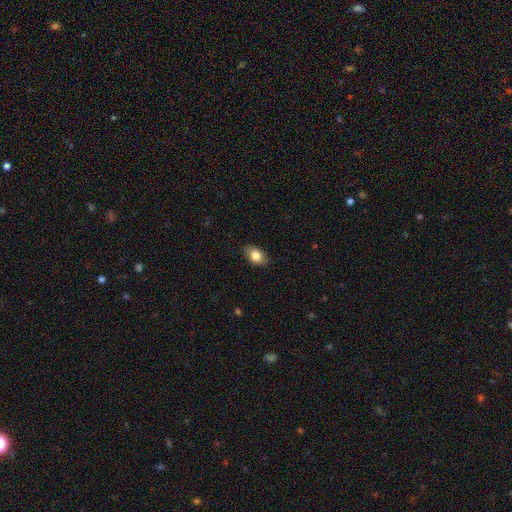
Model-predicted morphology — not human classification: Smooth or featured: smooth — 84% (featured or disk — 9%)
How rounded: in between — 86% (round — 13%)
Merging: none — 85% (minor disturbance — 11%)